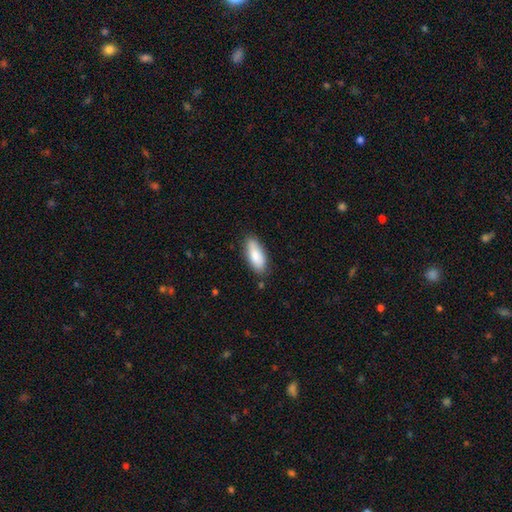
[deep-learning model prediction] smooth 82%, featured or disk 12%, star or artifact 6%. Down the decision tree: how rounded — in between (78%); merging — none (82%).